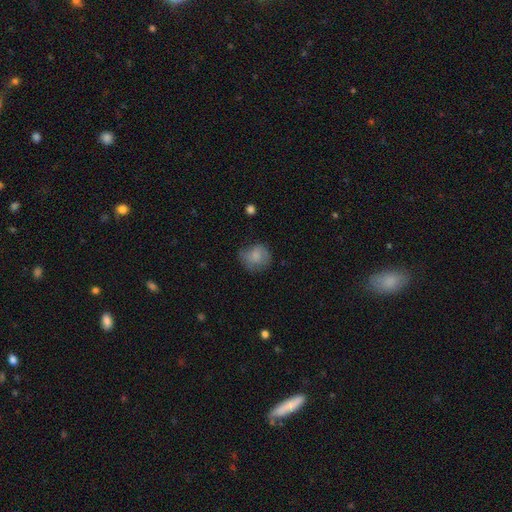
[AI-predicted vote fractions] Smooth or featured?
  - smooth: 71% *
  - featured or disk: 20%
  - star or artifact: 9%
How rounded?
  - round: 75% *
  - in between: 24%
  - cigar-shaped: 1%
Merging?
  - none: 56% *
  - minor disturbance: 28%
  - major disturbance: 14%
  - merger: 2%